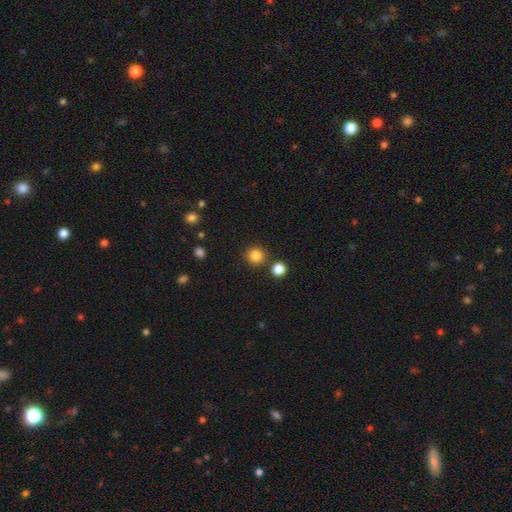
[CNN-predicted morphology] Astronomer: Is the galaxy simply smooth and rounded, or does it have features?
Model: smooth — 84%.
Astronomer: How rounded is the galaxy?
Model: round — 92%.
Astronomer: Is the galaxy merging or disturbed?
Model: none — 85%.